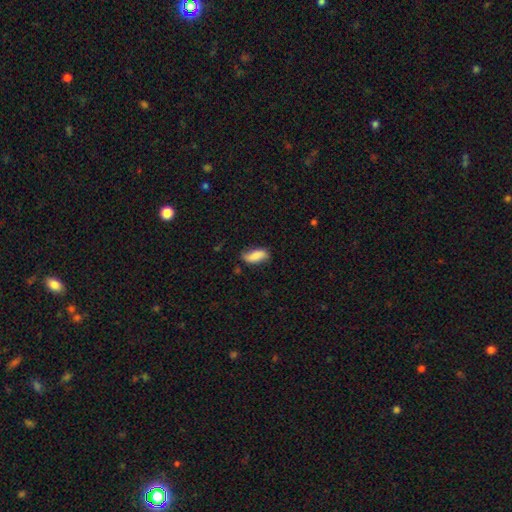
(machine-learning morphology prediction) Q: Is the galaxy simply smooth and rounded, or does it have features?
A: smooth — 74%.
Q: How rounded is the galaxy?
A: in between — 84%.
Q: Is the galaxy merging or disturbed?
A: none — 68%.